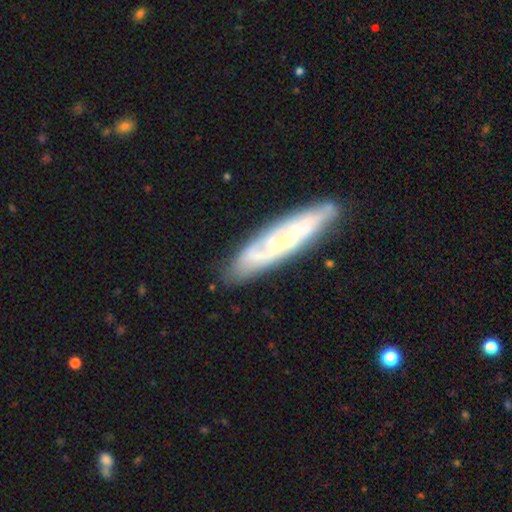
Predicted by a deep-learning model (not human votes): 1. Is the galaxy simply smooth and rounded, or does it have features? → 57% featured or disk, 34% smooth, 9% star or artifact.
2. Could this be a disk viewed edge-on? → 72% no, 28% yes.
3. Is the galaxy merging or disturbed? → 72% none, 17% minor disturbance, 7% major disturbance, 4% merger.